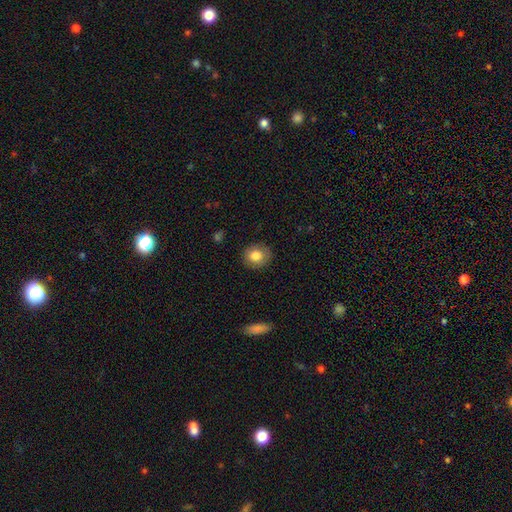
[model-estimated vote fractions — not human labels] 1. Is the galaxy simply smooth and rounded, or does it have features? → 81% smooth, 10% featured or disk, 8% star or artifact.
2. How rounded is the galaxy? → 80% round, 19% in between, 1% cigar-shaped.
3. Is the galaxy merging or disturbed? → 87% none, 9% minor disturbance, 2% major disturbance, 1% merger.